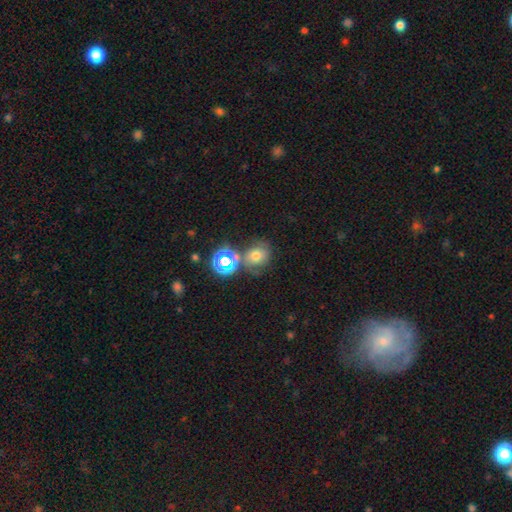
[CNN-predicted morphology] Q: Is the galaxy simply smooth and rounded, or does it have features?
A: smooth — 55%.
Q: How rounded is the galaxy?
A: round — 66%.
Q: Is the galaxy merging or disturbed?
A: none — 52%.